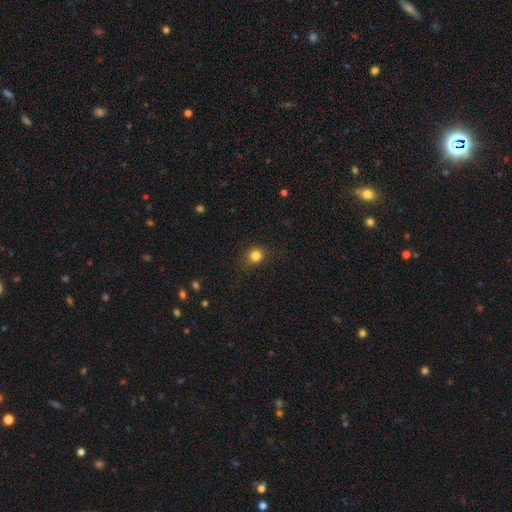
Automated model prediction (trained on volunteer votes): Smooth or featured: smooth — 82% (star or artifact — 13%)
How rounded: round — 83% (in between — 16%)
Merging: none — 83% (minor disturbance — 12%)